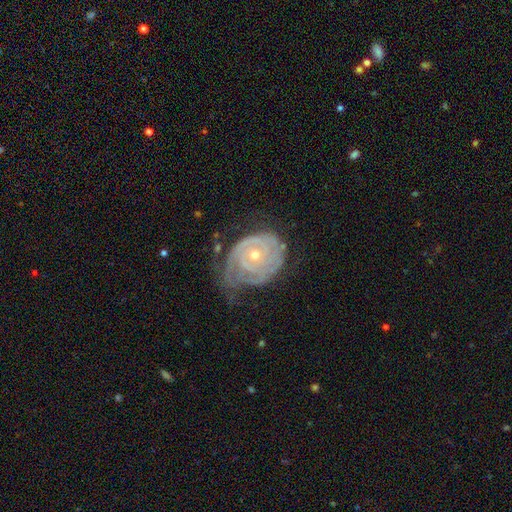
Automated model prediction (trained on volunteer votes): This appears to be a featured or disk galaxy (78%) with no bar (77%), tight (77%) spiral arms (84%) and a small central bulge (60%). Merging: none (50%).